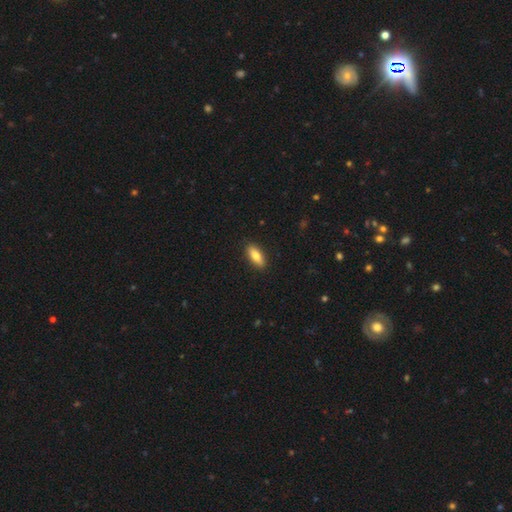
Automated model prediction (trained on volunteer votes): The model was most divided on "how rounded": in between: 72%, cigar-shaped: 26%, round: 2%. More confident: merging — none (90%); smooth or featured — smooth (77%).